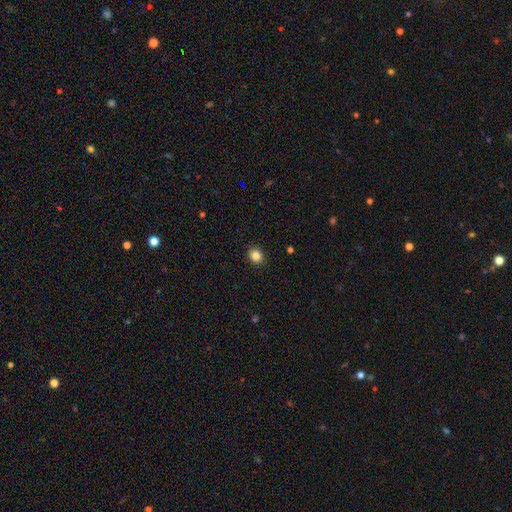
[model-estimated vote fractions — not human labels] smooth_or_featured: smooth (p=0.86) [alt: star or artifact p=0.11]
how_rounded: round (p=0.73) [alt: in between p=0.26]
merging: none (p=0.90) [alt: minor disturbance p=0.07]